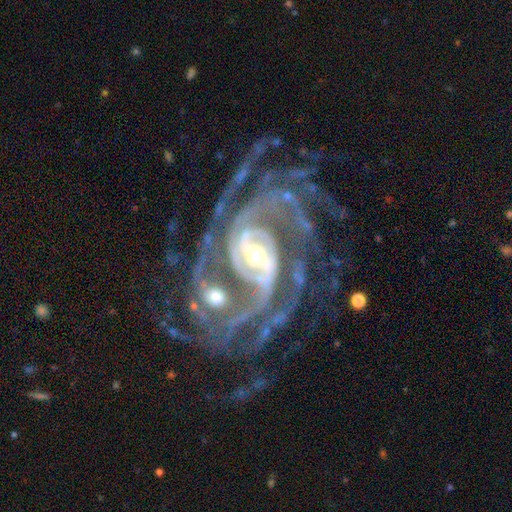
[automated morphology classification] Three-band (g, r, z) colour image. It shows a featured or disk galaxy (92%) with a strong bar (42%), 2 (23%) tight (52%) spiral arms (98%) and a small central bulge (47%). Merging: none (46%).